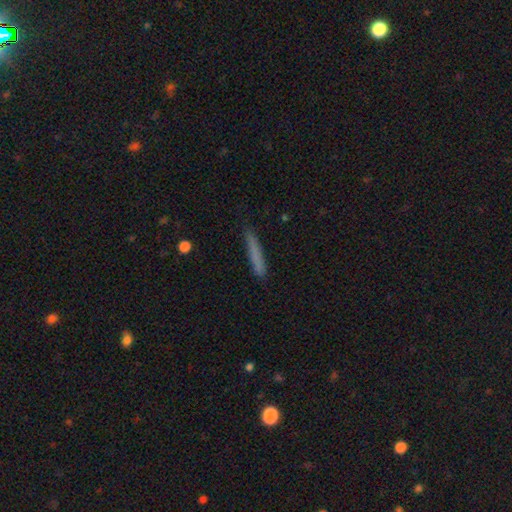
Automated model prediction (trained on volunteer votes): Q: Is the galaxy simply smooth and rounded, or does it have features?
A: smooth — 75%.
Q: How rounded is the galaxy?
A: cigar-shaped — 95%.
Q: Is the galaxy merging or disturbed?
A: none — 84%.